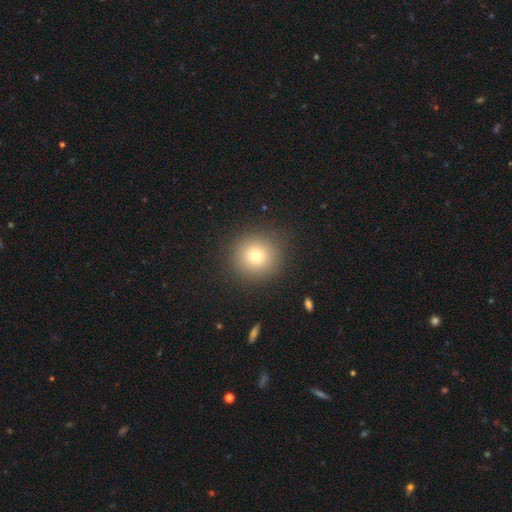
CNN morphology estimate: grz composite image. It shows a smooth galaxy with no disk features (75%) that is round (93%). Merging: none (90%).